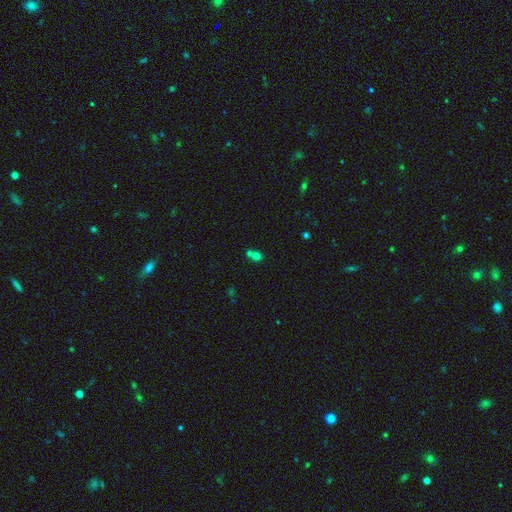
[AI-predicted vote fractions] The model was most divided on "merging": merger: 49%, none: 41%, minor disturbance: 7%, major disturbance: 4%. More confident: how rounded — round (73%); smooth or featured — smooth (67%).